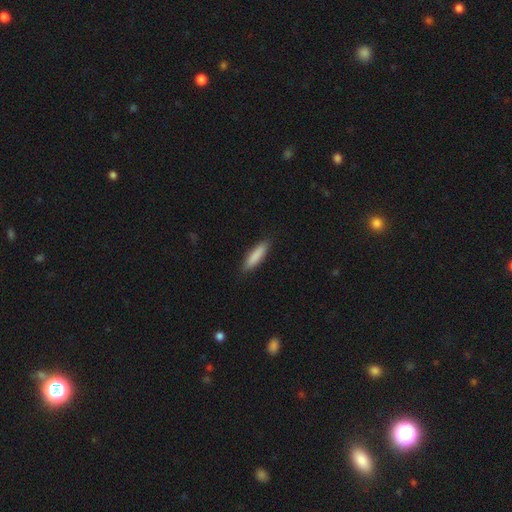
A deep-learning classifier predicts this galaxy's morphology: Smooth or featured? smooth (86%)
How rounded? cigar-shaped (71%)
Merging? none (88%)